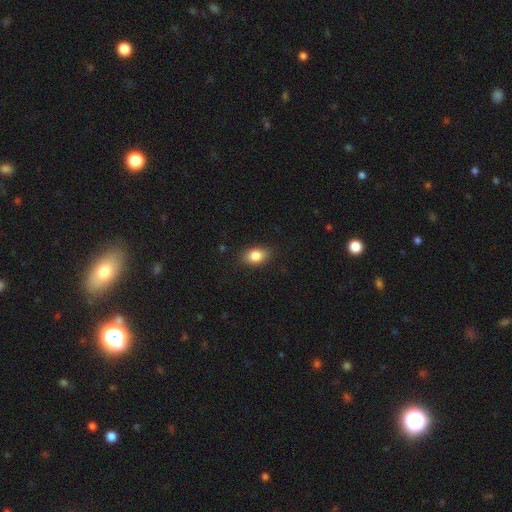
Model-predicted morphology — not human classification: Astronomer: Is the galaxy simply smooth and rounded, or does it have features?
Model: smooth — 85%.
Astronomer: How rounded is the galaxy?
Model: in between — 82%.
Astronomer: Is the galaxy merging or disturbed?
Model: none — 86%.